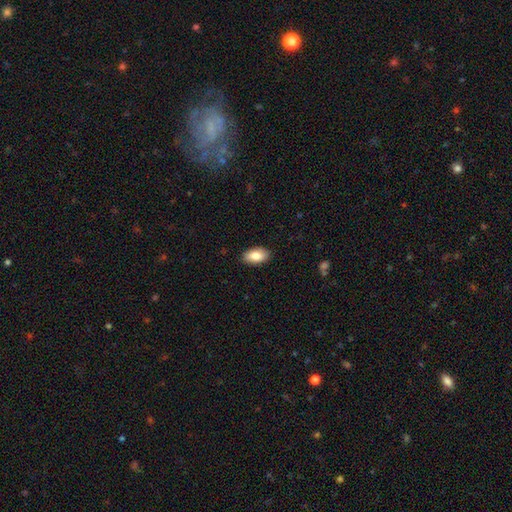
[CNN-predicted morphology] smooth-or-featured: smooth: 83% | featured or disk: 10% | star or artifact: 7%
  how-rounded: in between: 94% | round: 4% | cigar-shaped: 2%
  merging: none: 89% | minor disturbance: 8% | major disturbance: 2% | merger: 1%